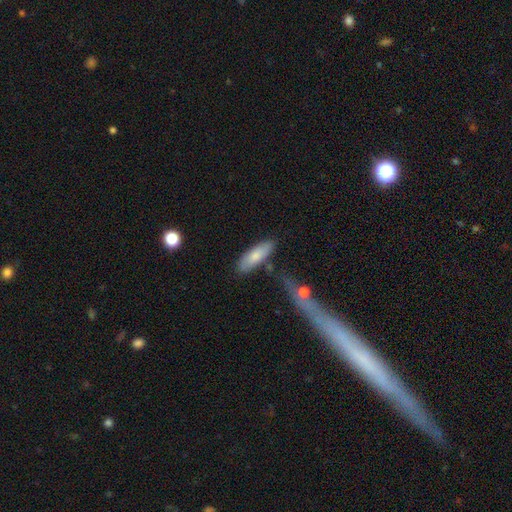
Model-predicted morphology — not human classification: Smooth or featured? Predicted: smooth (p=0.76). How rounded? Predicted: in between (p=0.58). Merging? Predicted: none (p=0.76).